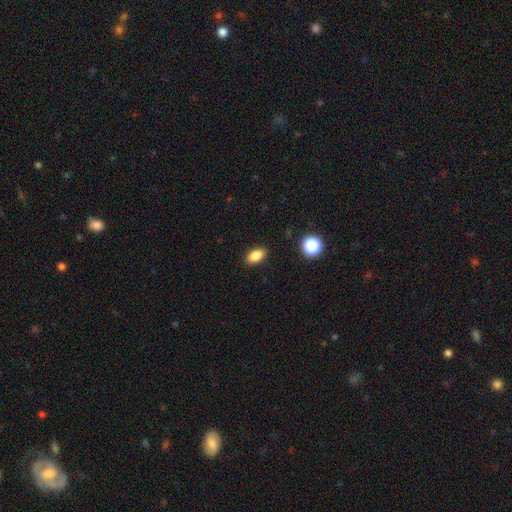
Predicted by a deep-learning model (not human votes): Smooth or featured? Predicted: smooth (p=0.84). How rounded? Predicted: in between (p=0.88). Merging? Predicted: none (p=0.89).